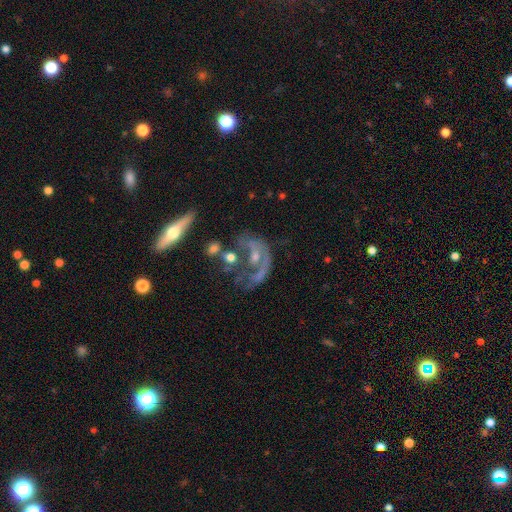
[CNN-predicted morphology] smooth-or-featured: featured or disk: 72% | smooth: 16% | star or artifact: 12%
  disk-edge-on: no: 90% | yes: 10%
    bar: no: 72% | weak: 21% | strong: 7%
    has-spiral-arms: yes: 52% | no: 48%
    bulge-size: small: 44% | moderate: 37% | none: 13% | large: 3% | dominant: 2%
  merging: major disturbance: 39% | none: 29% | merger: 16% | minor disturbance: 16%